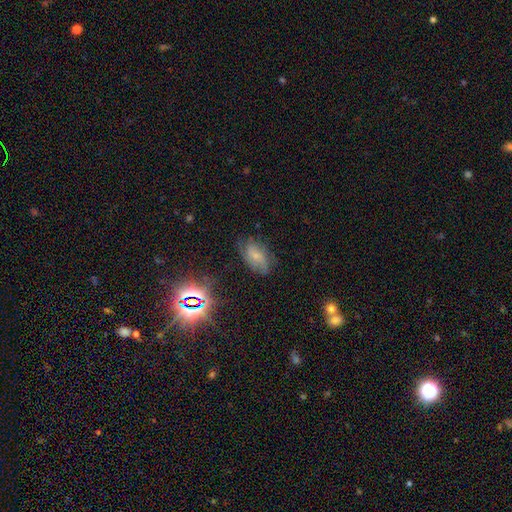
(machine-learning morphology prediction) The model was most divided on "smooth or featured": featured or disk: 45%, smooth: 39%, star or artifact: 16%. More confident: merging — none (63%).